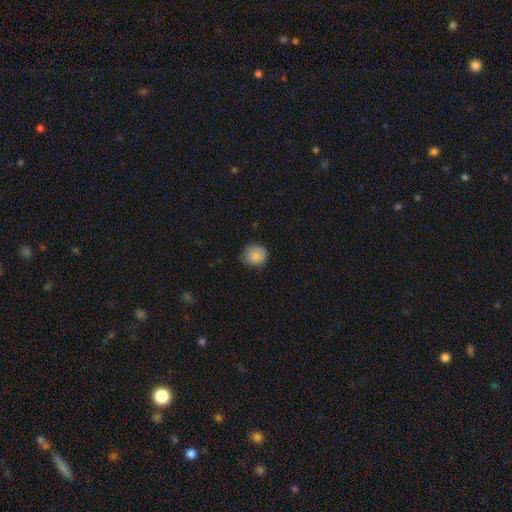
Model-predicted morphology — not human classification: A smooth galaxy with no disk features (85%) that is round (81%).

Vote fractions:
- Smooth or featured? smooth: 85% / star or artifact: 8% / featured or disk: 7%
- How rounded? round: 81% / in between: 18% / cigar-shaped: 1%
- Merging? none: 73% / minor disturbance: 22% / major disturbance: 3% / merger: 1%